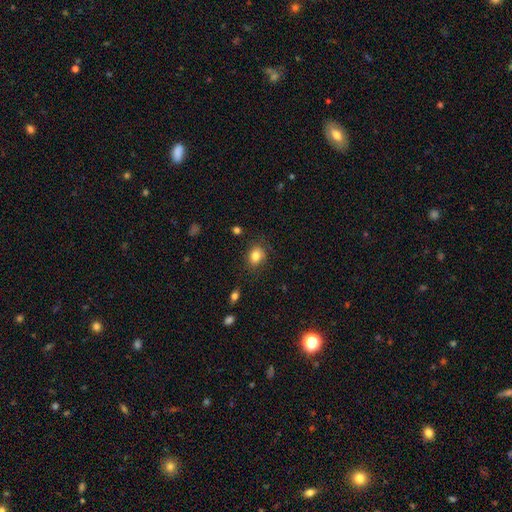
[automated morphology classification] A smooth galaxy with no disk features (81%) that is in between round and cigar-shaped (55%).

Vote fractions:
- Smooth or featured? smooth: 81% / star or artifact: 10% / featured or disk: 9%
- How rounded? in between: 55% / round: 44% / cigar-shaped: 1%
- Merging? none: 74% / minor disturbance: 19% / major disturbance: 5% / merger: 2%